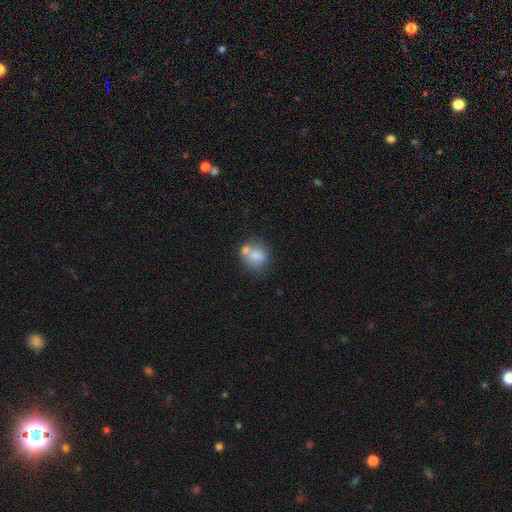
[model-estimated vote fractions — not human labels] Overall: smooth (73%). How rounded: round (63%; in between 35%). Merging: none (41%; merger 38%).